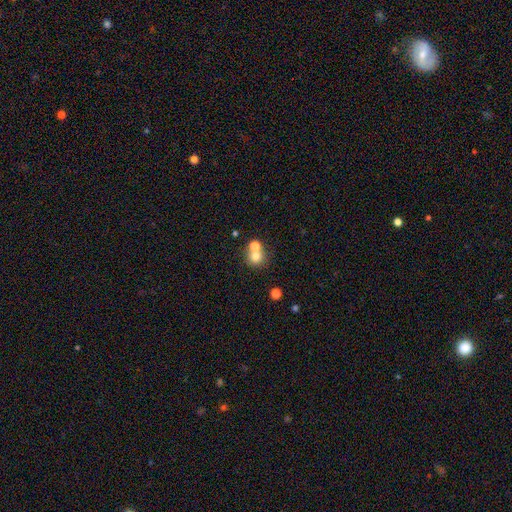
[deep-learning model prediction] The model was most divided on "merging": none: 48%, merger: 43%, minor disturbance: 7%, major disturbance: 3%. More confident: how rounded — round (86%); smooth or featured — smooth (72%).